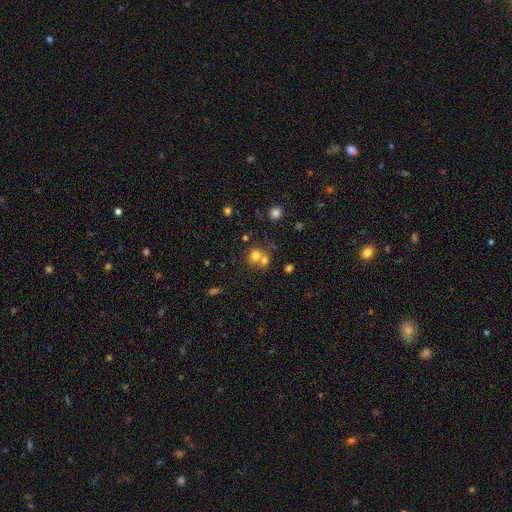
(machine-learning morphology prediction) Smooth or featured?
  - smooth: 73% *
  - star or artifact: 14%
  - featured or disk: 13%
How rounded?
  - round: 78% *
  - in between: 21%
  - cigar-shaped: 1%
Merging?
  - merger: 49% *
  - none: 39%
  - minor disturbance: 7%
  - major disturbance: 4%